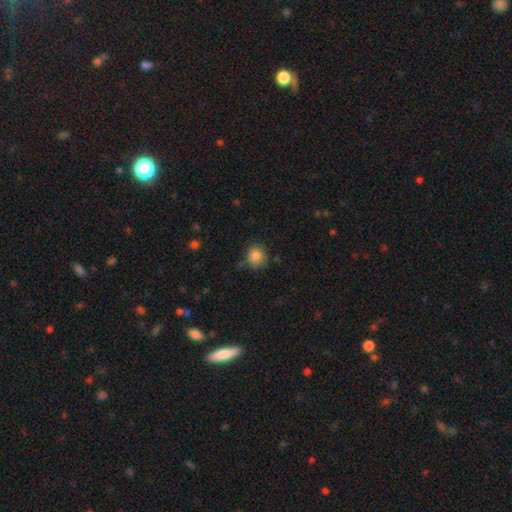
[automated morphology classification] Q: Smooth or featured?
A: smooth (84%); runner-up: star or artifact (10%)
Q: How rounded?
A: round (82%); runner-up: in between (17%)
Q: Merging?
A: none (74%); runner-up: minor disturbance (18%)